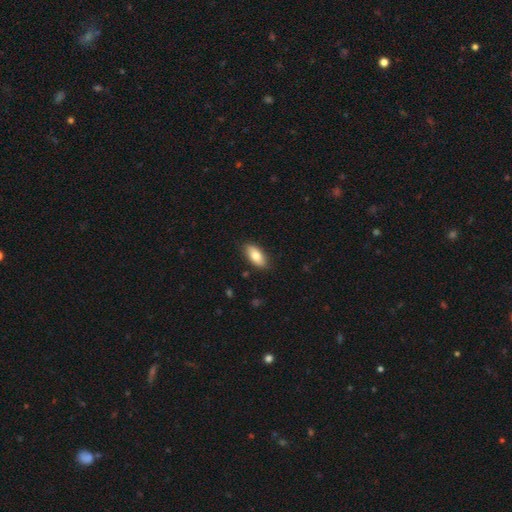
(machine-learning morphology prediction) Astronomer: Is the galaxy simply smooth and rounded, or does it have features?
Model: smooth — 81%.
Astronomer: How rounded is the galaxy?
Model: in between — 91%.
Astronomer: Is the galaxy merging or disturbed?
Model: none — 87%.